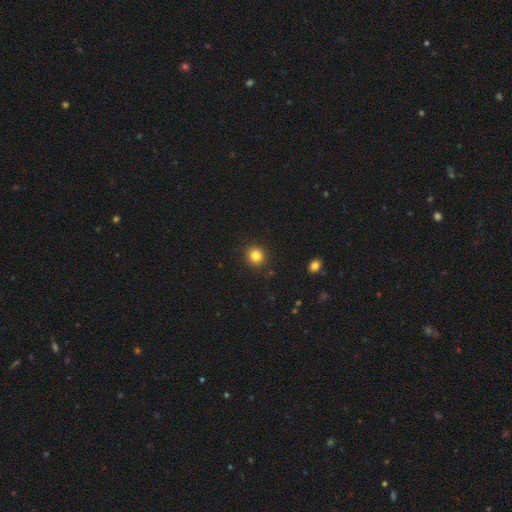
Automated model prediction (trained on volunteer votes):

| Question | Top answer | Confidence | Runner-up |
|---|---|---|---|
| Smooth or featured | smooth | 83% | star or artifact (12%) |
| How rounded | round | 89% | in between (11%) |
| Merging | none | 91% | minor disturbance (6%) |